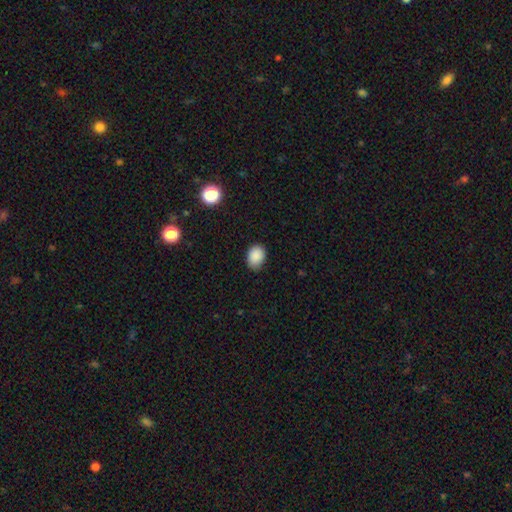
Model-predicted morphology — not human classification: Q: Smooth or featured?
A: smooth (88%); runner-up: star or artifact (9%)
Q: How rounded?
A: in between (66%); runner-up: round (33%)
Q: Merging?
A: none (78%); runner-up: minor disturbance (18%)